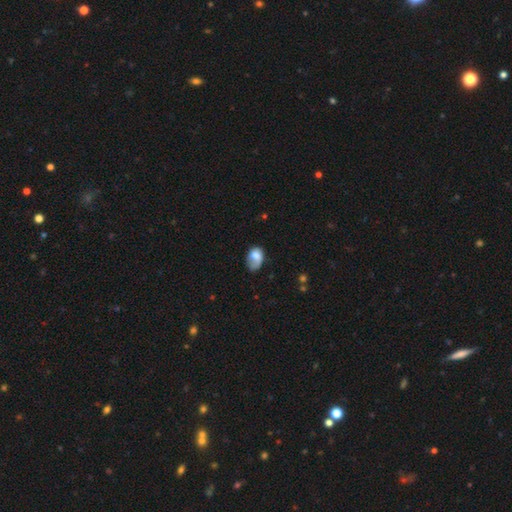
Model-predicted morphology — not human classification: The model was most divided on "merging": minor disturbance: 35%, none: 32%, major disturbance: 29%, merger: 4%. More confident: how rounded — in between (79%); smooth or featured — smooth (67%).